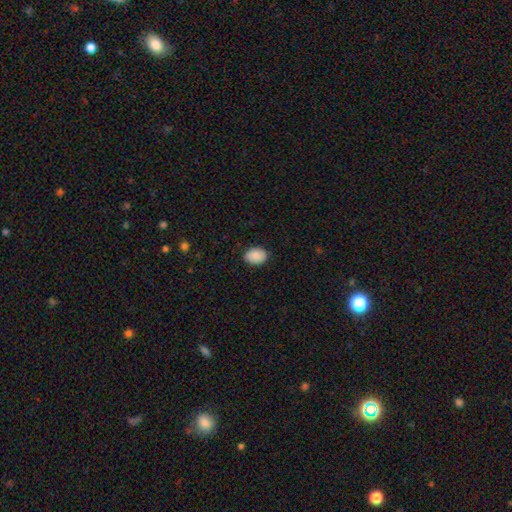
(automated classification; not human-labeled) smooth 89%, star or artifact 7%, featured or disk 4%. Down the decision tree: how rounded — in between (72%); merging — none (87%).